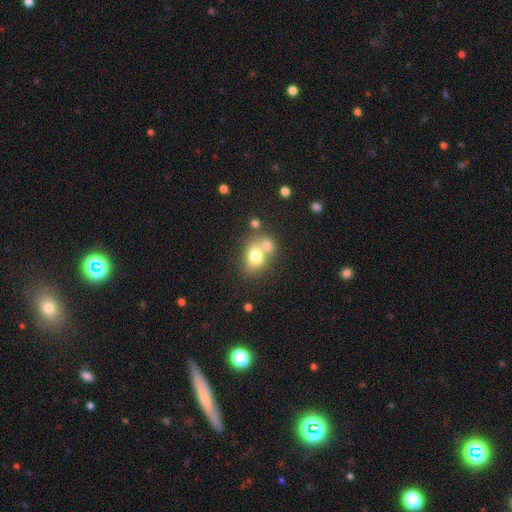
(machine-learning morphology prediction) The model was most divided on "how rounded": in between: 58%, round: 41%, cigar-shaped: 1%. More confident: smooth or featured — smooth (74%); merging — merger (50%).